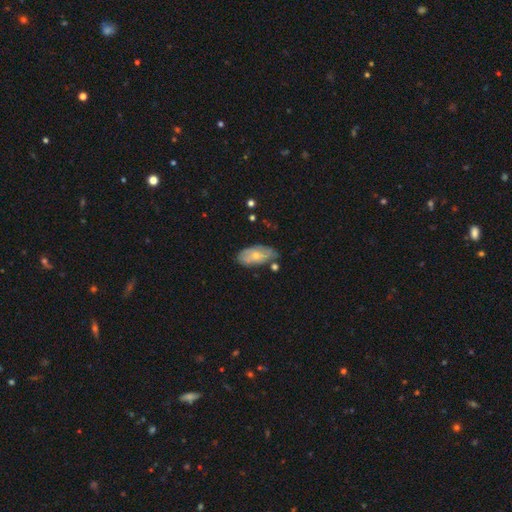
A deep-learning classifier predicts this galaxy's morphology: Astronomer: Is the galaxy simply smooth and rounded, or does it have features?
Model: smooth — 55% (runner-up: featured or disk, 39%).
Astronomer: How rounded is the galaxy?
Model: in between — 92%.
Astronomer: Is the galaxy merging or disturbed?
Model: none — 61%.